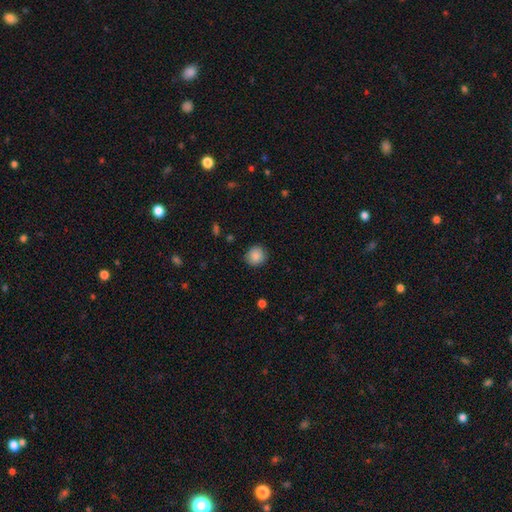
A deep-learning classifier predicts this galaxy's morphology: This is clearly a smooth galaxy (88%). How rounded: clearly round (90%). Merging: clearly none (89%).